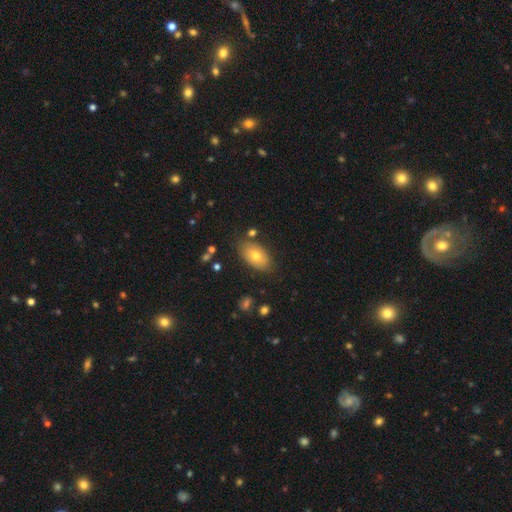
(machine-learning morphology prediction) The model was most divided on "smooth or featured": smooth: 73%, featured or disk: 18%, star or artifact: 9%. More confident: how rounded — in between (91%); merging — none (81%).